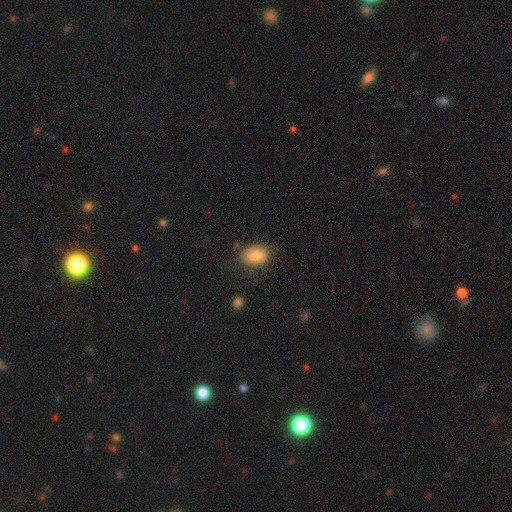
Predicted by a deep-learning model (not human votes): smooth 85%, star or artifact 8%, featured or disk 7%. Down the decision tree: how rounded — in between (76%); merging — none (70%).